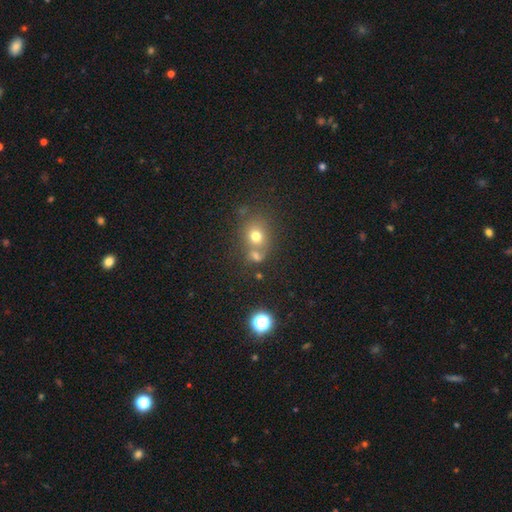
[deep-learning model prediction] smooth-or-featured: smooth: 66% | star or artifact: 21% | featured or disk: 13%
  how-rounded: round: 73% | in between: 26% | cigar-shaped: 1%
  merging: none: 48% | merger: 38% | minor disturbance: 9% | major disturbance: 4%